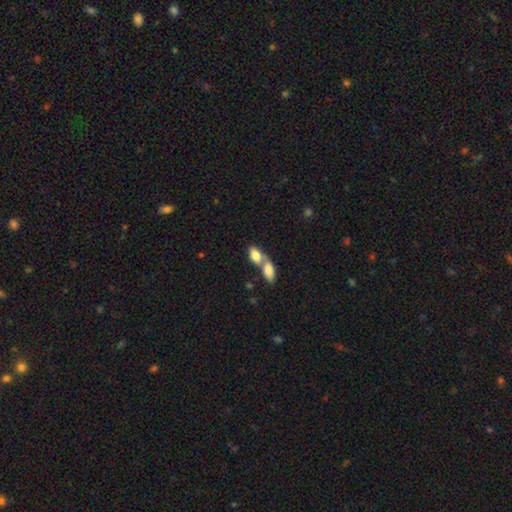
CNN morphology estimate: Smooth or featured?
  - smooth: 80% *
  - featured or disk: 14%
  - star or artifact: 7%
How rounded?
  - in between: 89% *
  - cigar-shaped: 6%
  - round: 6%
Merging?
  - merger: 71% *
  - none: 19%
  - minor disturbance: 6%
  - major disturbance: 3%